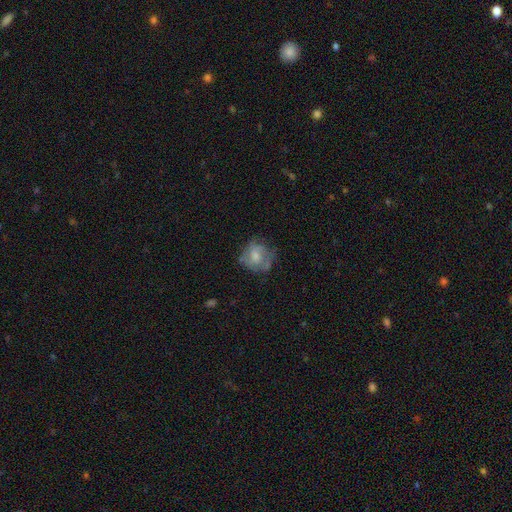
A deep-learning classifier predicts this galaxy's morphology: The model was most divided on "smooth or featured": smooth: 50%, featured or disk: 42%, star or artifact: 8%. More confident: how rounded — round (74%); merging — none (56%).